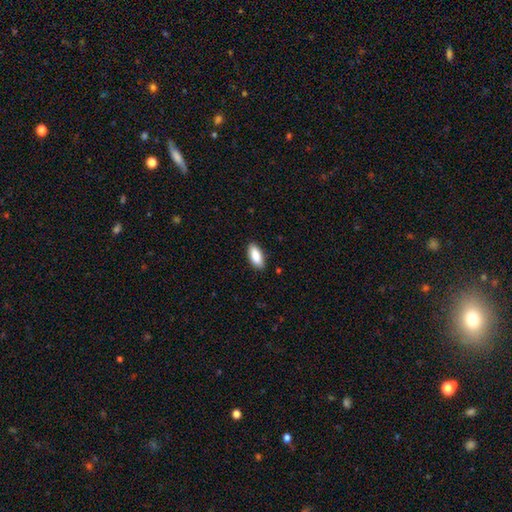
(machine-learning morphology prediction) smooth-or-featured: smooth: 87% | featured or disk: 7% | star or artifact: 6%
  how-rounded: in between: 84% | cigar-shaped: 14% | round: 2%
  merging: none: 87% | minor disturbance: 10% | major disturbance: 2% | merger: 1%